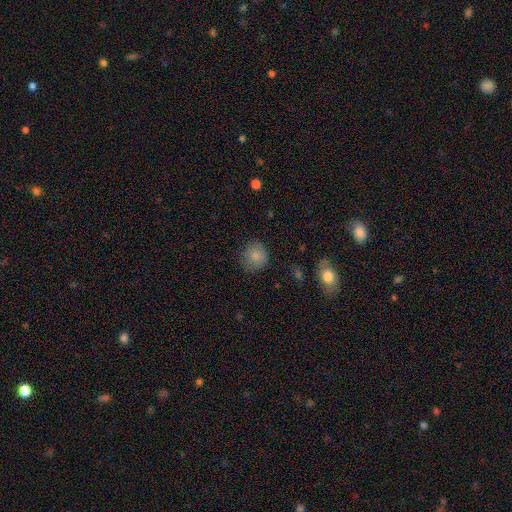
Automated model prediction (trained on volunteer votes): The model was most divided on "merging": none: 80%, minor disturbance: 15%, major disturbance: 4%, merger: 1%. More confident: how rounded — round (86%); smooth or featured — smooth (85%).